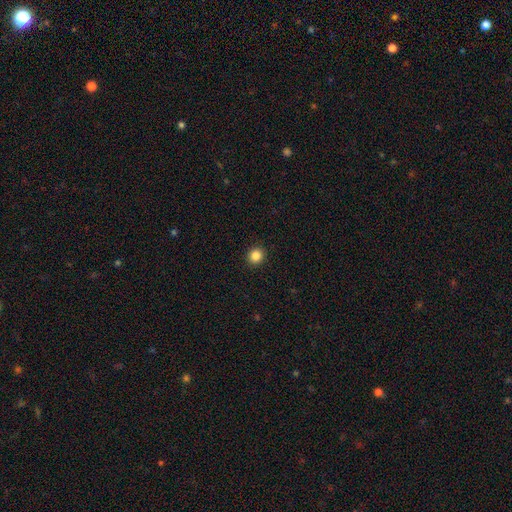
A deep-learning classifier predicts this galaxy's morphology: This appears to be a smooth galaxy with no disk features (85%) that is round (90%). Merging: none (93%).